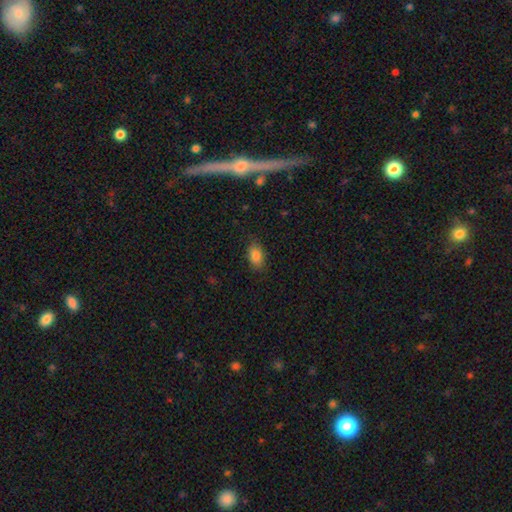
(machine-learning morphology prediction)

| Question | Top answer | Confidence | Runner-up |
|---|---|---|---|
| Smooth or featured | smooth | 85% | star or artifact (9%) |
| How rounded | in between | 89% | round (8%) |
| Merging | none | 82% | minor disturbance (13%) |